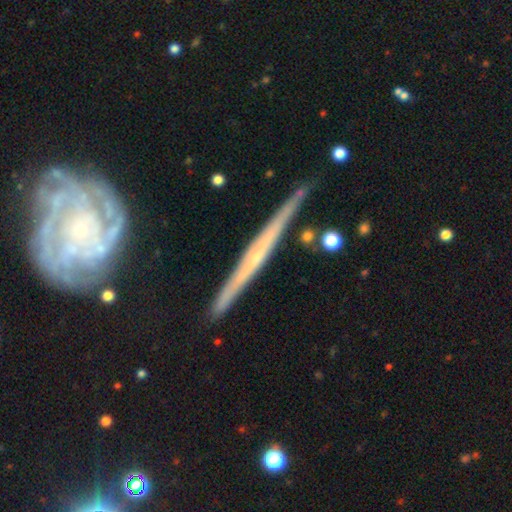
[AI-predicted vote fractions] This appears to be a featured or disk galaxy (77%) viewed edge-on (93%) with no central bulge (67%). Merging: none (81%).